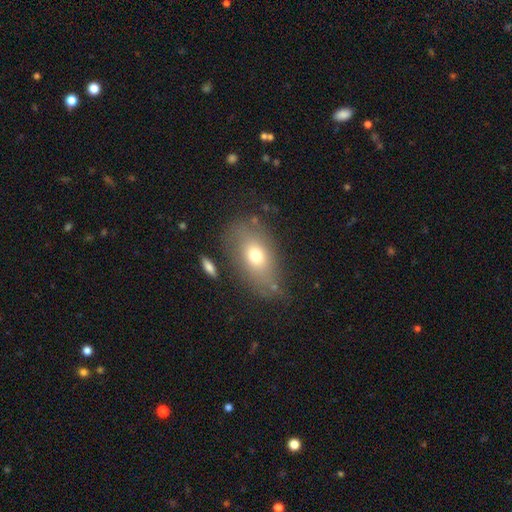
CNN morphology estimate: A smooth galaxy with no disk features (68%) that is in between round and cigar-shaped (82%).

Vote fractions:
- Smooth or featured? smooth: 68% / featured or disk: 20% / star or artifact: 11%
- How rounded? in between: 82% / round: 14% / cigar-shaped: 4%
- Merging? none: 68% / minor disturbance: 17% / major disturbance: 9% / merger: 5%